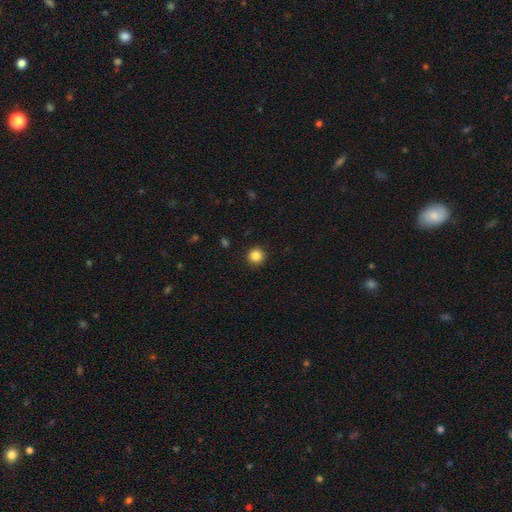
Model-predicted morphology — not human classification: type=smooth (86%); roundness=round (94%); merging=none (91%).